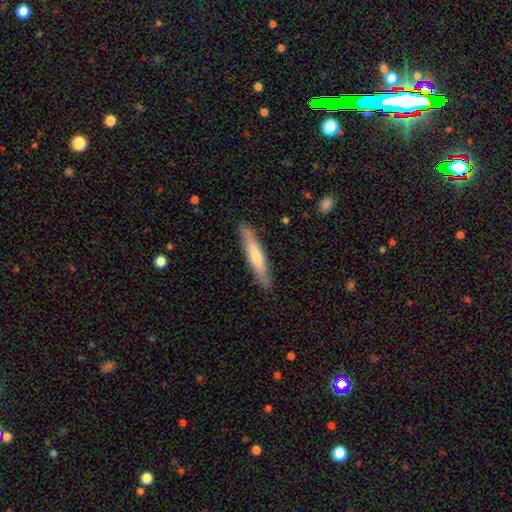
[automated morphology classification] This is likely a smooth galaxy (64%). How rounded: clearly cigar-shaped (91%). Merging: clearly none (89%).